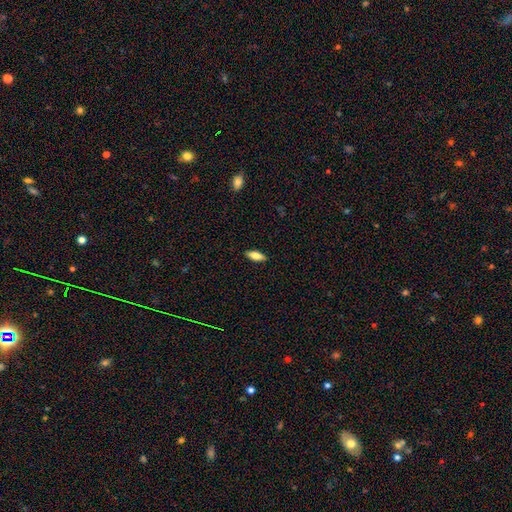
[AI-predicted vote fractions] This appears to be a smooth galaxy with no disk features (72%) that is in between round and cigar-shaped (75%). Merging: none (89%).